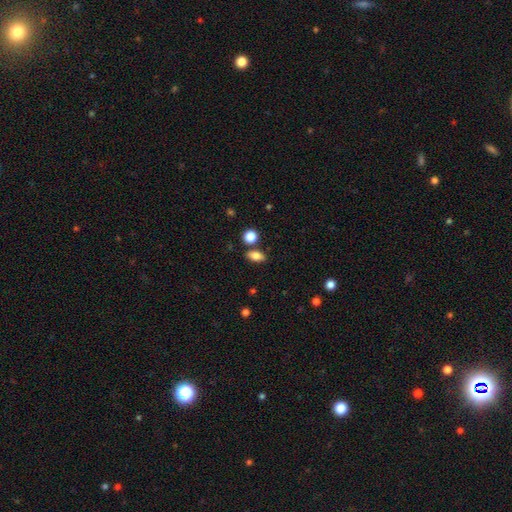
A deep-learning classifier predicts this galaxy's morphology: smooth-or-featured: smooth: 81% | featured or disk: 9% | star or artifact: 9%
  how-rounded: in between: 81% | round: 12% | cigar-shaped: 7%
  merging: none: 79% | minor disturbance: 10% | merger: 8% | major disturbance: 3%